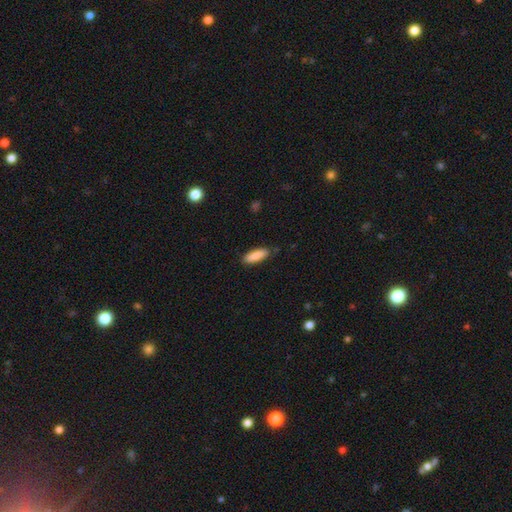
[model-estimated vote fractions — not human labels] Smooth or featured: smooth — 87% (featured or disk — 7%)
How rounded: in between — 54% (cigar-shaped — 44%)
Merging: none — 83% (minor disturbance — 13%)